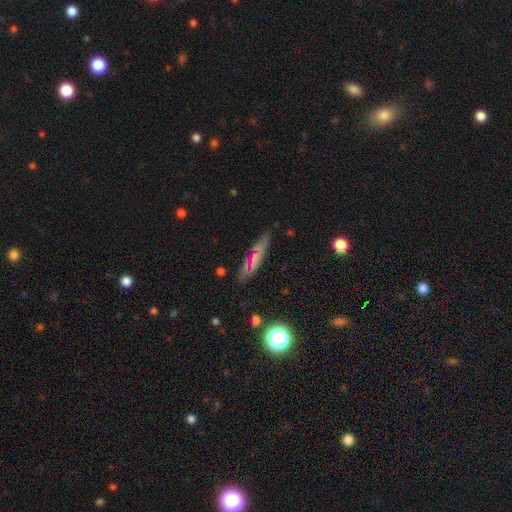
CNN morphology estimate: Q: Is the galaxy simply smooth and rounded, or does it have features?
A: smooth — 54%.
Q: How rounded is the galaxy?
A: cigar-shaped — 76%.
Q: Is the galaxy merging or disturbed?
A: none — 78%.